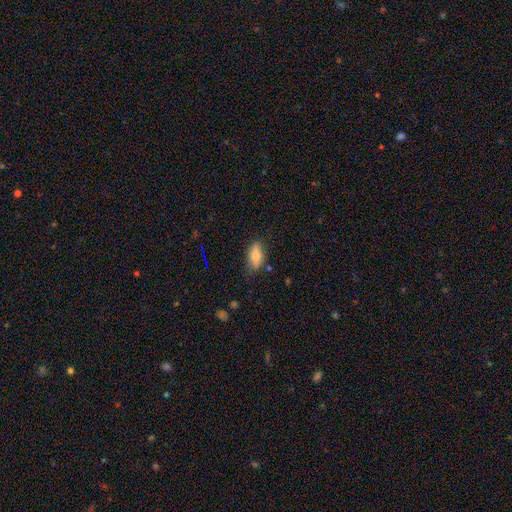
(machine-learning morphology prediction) Smooth or featured: smooth — 69% (featured or disk — 23%)
How rounded: in between — 80% (cigar-shaped — 16%)
Merging: none — 75% (minor disturbance — 19%)